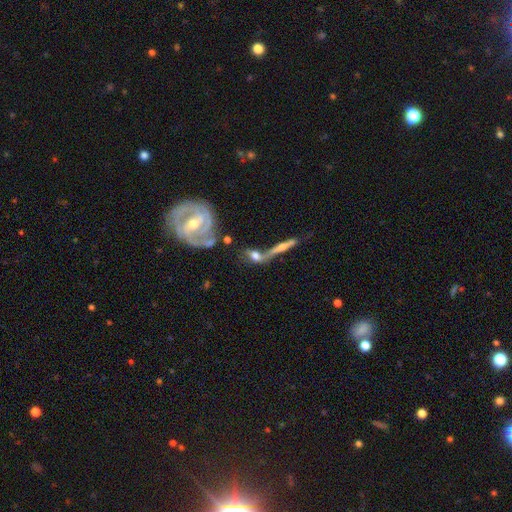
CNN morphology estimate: Overall: featured or disk (51%; smooth 38%). Edge-on disk: no (65%; yes 35%). Merging: merger (50%; none 27%).